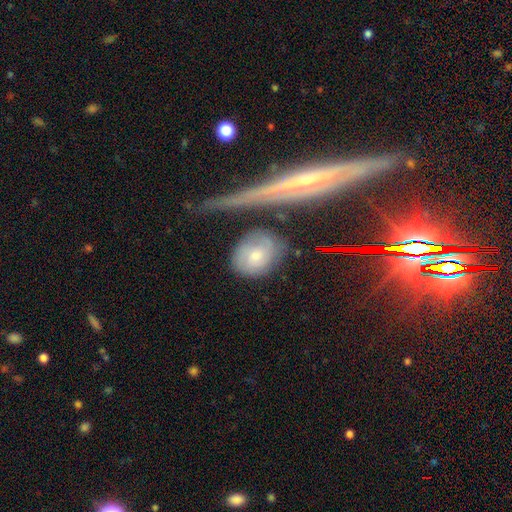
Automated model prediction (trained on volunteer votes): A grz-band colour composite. It shows a smooth galaxy with no disk features (56%) that is round (59%). Merging: none (61%).